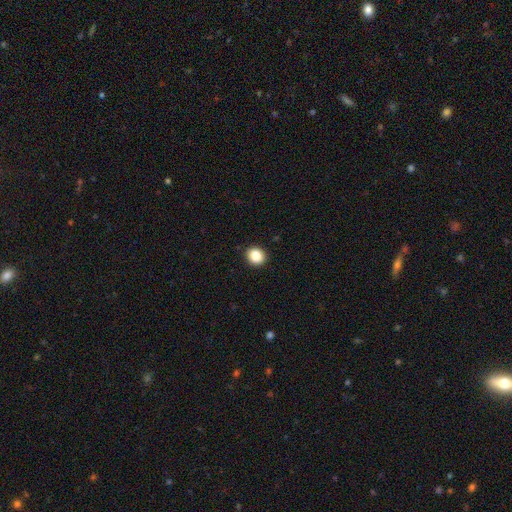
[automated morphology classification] Smooth or featured?
  - smooth: 86% *
  - star or artifact: 10%
  - featured or disk: 5%
How rounded?
  - round: 77% *
  - in between: 22%
  - cigar-shaped: 1%
Merging?
  - none: 92% *
  - minor disturbance: 5%
  - major disturbance: 2%
  - merger: 1%